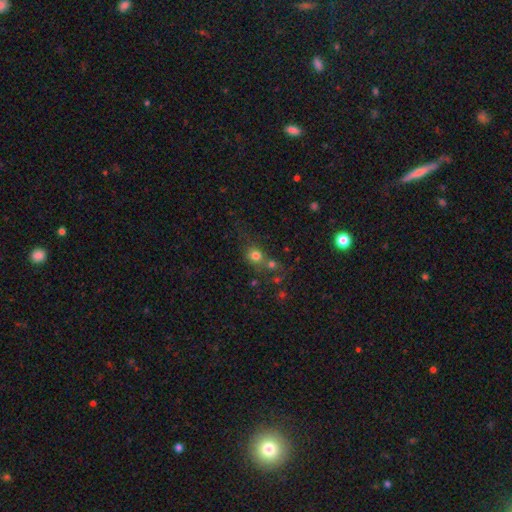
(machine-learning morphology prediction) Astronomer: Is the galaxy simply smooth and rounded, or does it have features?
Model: smooth — 74%.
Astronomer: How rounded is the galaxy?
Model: round — 83%.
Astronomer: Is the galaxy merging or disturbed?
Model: none — 50% (runner-up: merger, 34%).